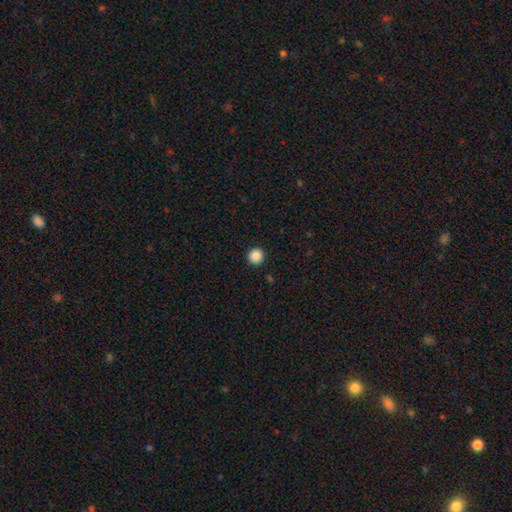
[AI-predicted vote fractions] Smooth or featured: smooth — 87% (star or artifact — 10%)
How rounded: round — 96% (in between — 3%)
Merging: none — 93% (minor disturbance — 4%)